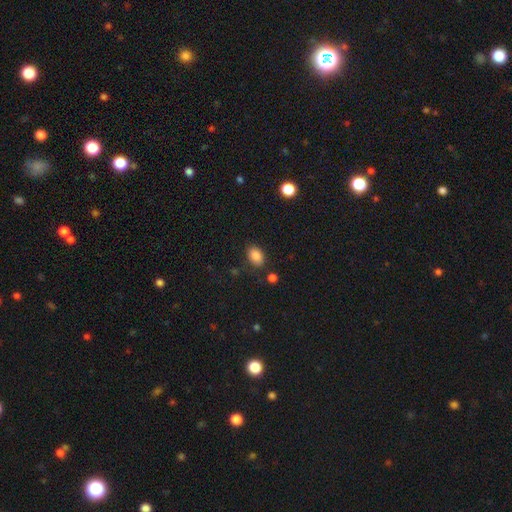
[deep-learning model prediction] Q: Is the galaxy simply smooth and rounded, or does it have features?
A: smooth — 86%.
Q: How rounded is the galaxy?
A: in between — 82%.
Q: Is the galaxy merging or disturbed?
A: none — 80%.